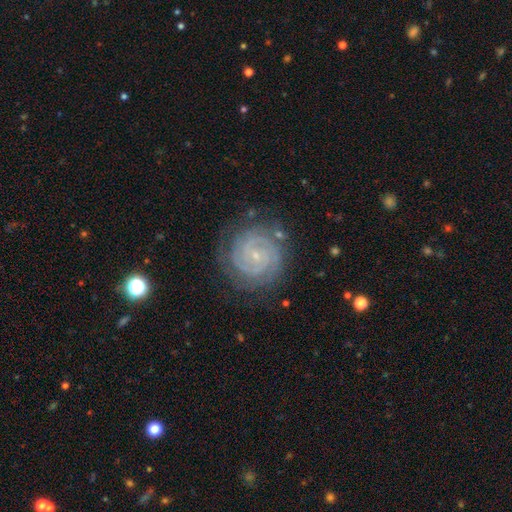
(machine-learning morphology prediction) The model was most divided on "bar": no: 64%, weak: 27%, strong: 9%. More confident: spiral arms — yes (98%); edge-on disk — no (98%); smooth or featured — featured or disk (90%); bulge size — small (86%); spiral winding — tight (83%); merging — none (80%); spiral arm count — 2 (56%).